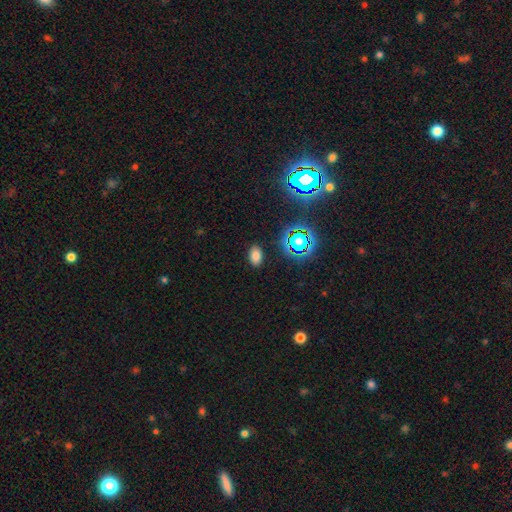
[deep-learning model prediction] This is likely a smooth galaxy (72%). How rounded: clearly in between (87%). Merging: clearly none (87%).